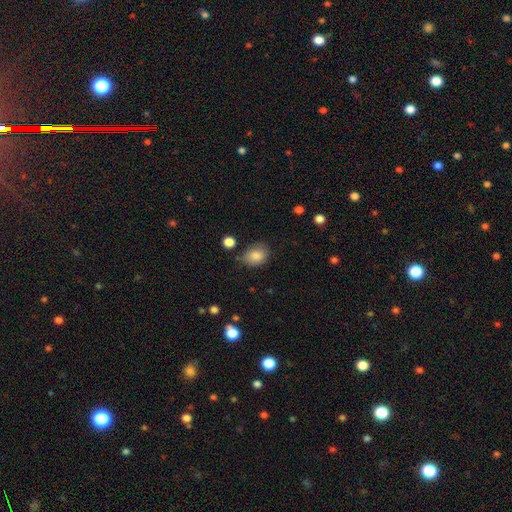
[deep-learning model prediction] A smooth galaxy with no disk features (84%) that is in between round and cigar-shaped (62%).

Vote fractions:
- Smooth or featured? smooth: 84% / star or artifact: 8% / featured or disk: 7%
- How rounded? in between: 62% / round: 37% / cigar-shaped: 1%
- Merging? none: 65% / minor disturbance: 26% / major disturbance: 6% / merger: 3%